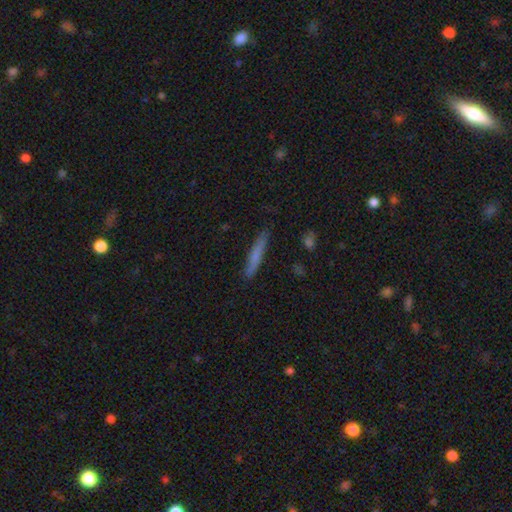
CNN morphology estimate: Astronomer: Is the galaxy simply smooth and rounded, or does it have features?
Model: smooth — 69%.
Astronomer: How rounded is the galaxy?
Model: cigar-shaped — 95%.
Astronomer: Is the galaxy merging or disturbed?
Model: none — 85%.